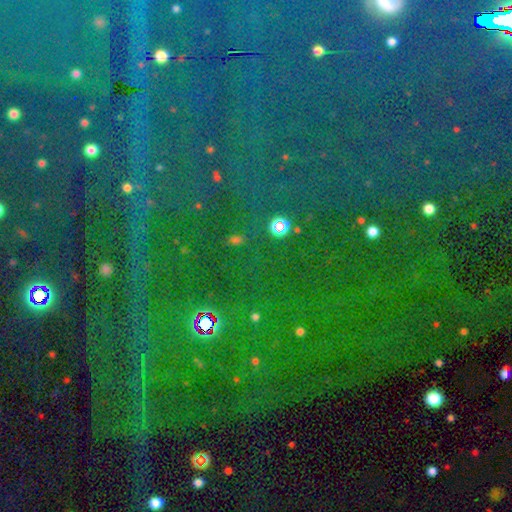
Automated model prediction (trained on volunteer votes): Morphology: type=star or artifact (86%).